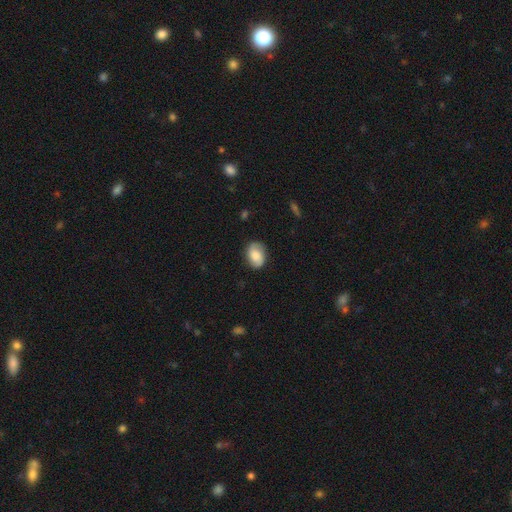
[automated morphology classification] Smooth or featured: smooth — 59% (featured or disk — 33%)
How rounded: in between — 72% (round — 26%)
Merging: none — 77% (minor disturbance — 17%)